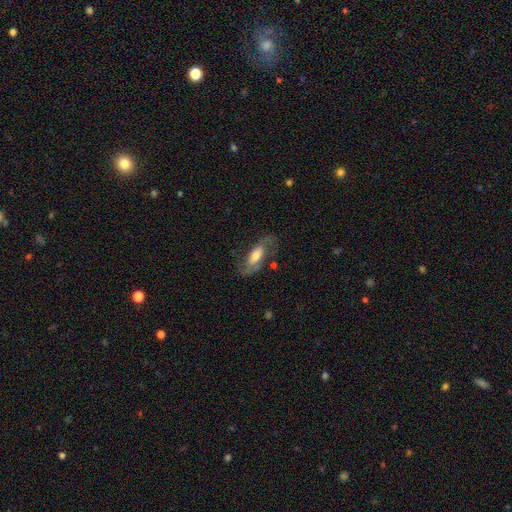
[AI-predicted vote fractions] This appears to be a featured or disk galaxy (57%). Merging: none (64%).